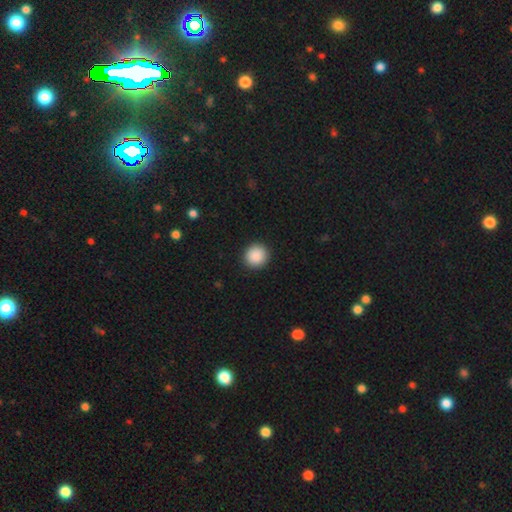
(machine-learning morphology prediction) This appears to be a smooth galaxy with no disk features (90%) that is round (93%). Merging: none (92%).